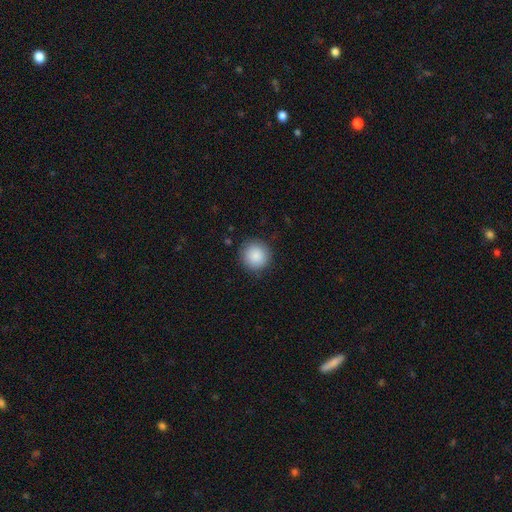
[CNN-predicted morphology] smooth 88%, star or artifact 8%, featured or disk 4%. Down the decision tree: how rounded — round (95%); merging — none (90%).